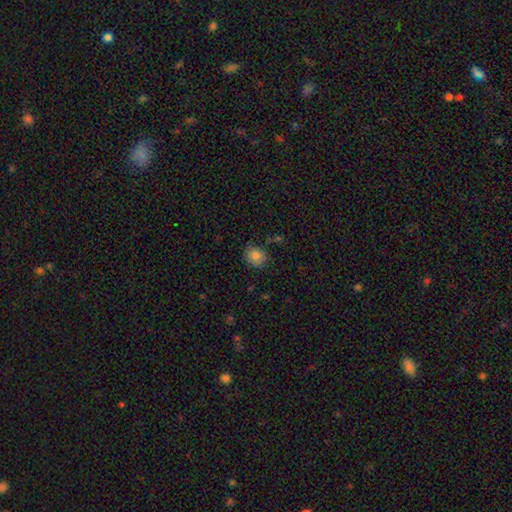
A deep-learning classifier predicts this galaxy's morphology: This appears to be a smooth galaxy with no disk features (85%) that is round (66%). Merging: none (80%).